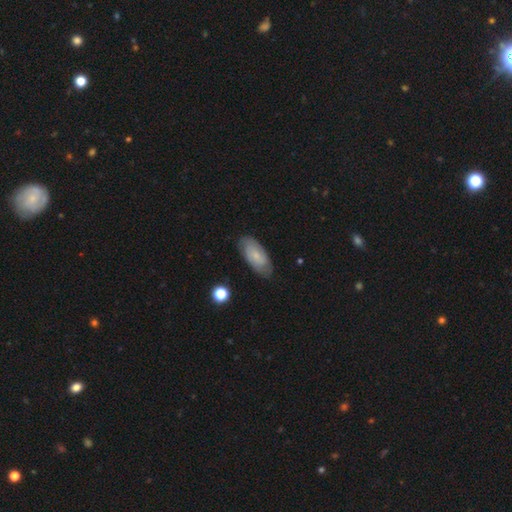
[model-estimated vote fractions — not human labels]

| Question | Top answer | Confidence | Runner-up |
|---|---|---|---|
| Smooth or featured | smooth | 48% | featured or disk (44%) |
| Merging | none | 77% | minor disturbance (17%) |